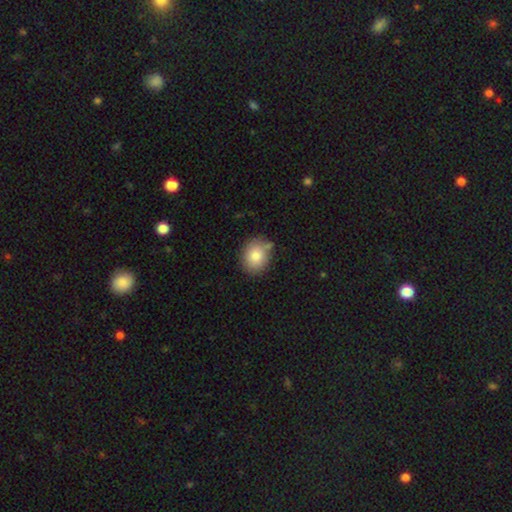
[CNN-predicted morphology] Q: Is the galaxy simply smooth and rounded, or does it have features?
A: smooth — 82%.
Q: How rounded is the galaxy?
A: round — 55%.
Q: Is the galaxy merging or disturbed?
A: none — 75%.